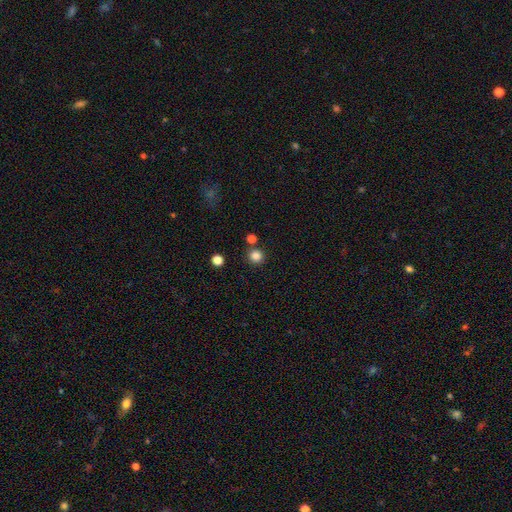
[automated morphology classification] A smooth galaxy with no disk features (84%) that is round (92%). Merging: none (83%).